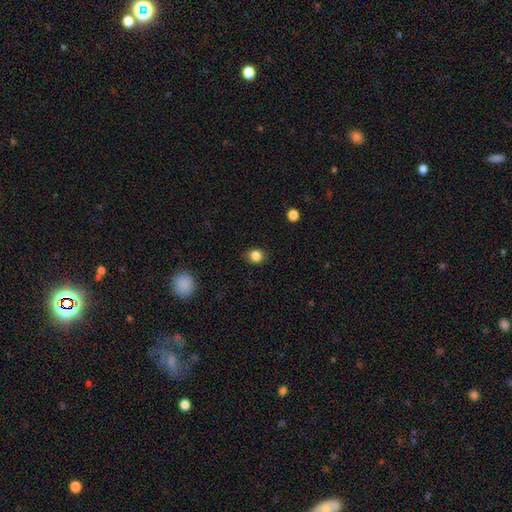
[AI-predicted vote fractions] The model was most divided on "how rounded": round: 75%, in between: 24%, cigar-shaped: 1%. More confident: merging — none (87%); smooth or featured — smooth (83%).